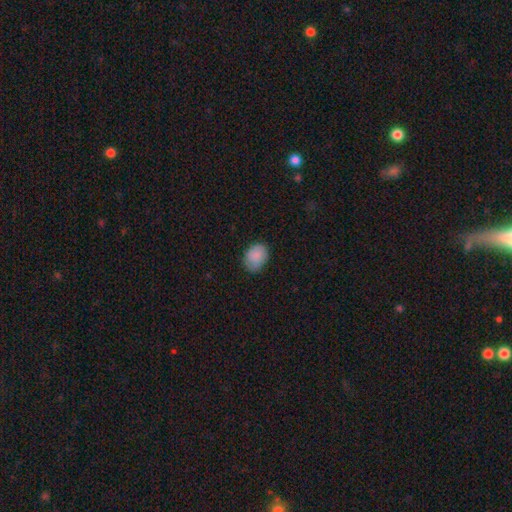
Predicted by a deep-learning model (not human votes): Morphology: type=smooth (87%); roundness=in between (64%); merging=none (76%).